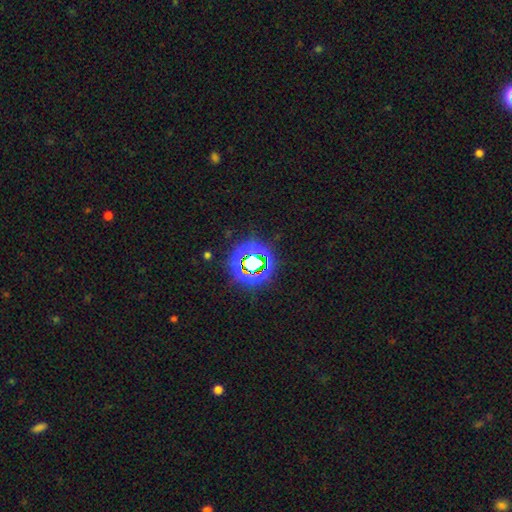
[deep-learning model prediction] A star or artifact, not a galaxy (78%).